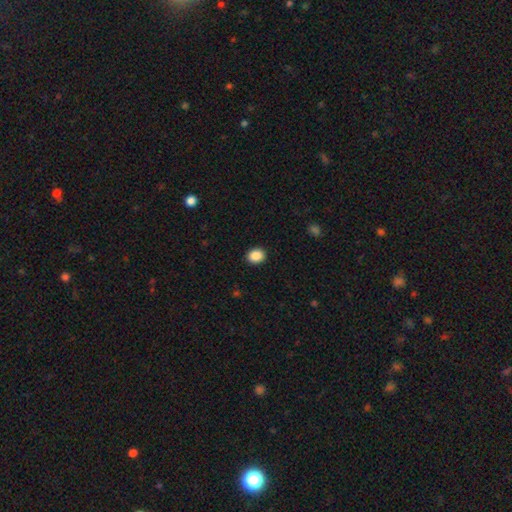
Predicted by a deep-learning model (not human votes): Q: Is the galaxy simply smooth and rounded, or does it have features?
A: smooth — 88%.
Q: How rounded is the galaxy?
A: round — 53%.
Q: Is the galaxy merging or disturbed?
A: none — 91%.